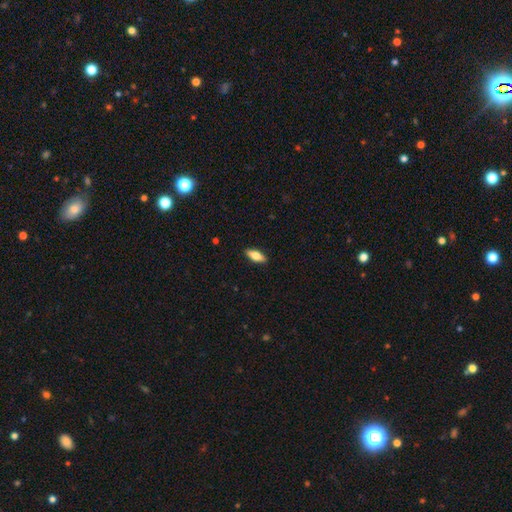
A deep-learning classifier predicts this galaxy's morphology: A smooth galaxy with no disk features (71%) that is in between round and cigar-shaped (72%).

Vote fractions:
- Smooth or featured? smooth: 71% / featured or disk: 23% / star or artifact: 6%
- How rounded? in between: 72% / cigar-shaped: 25% / round: 3%
- Merging? none: 90% / minor disturbance: 8% / major disturbance: 2% / merger: 1%